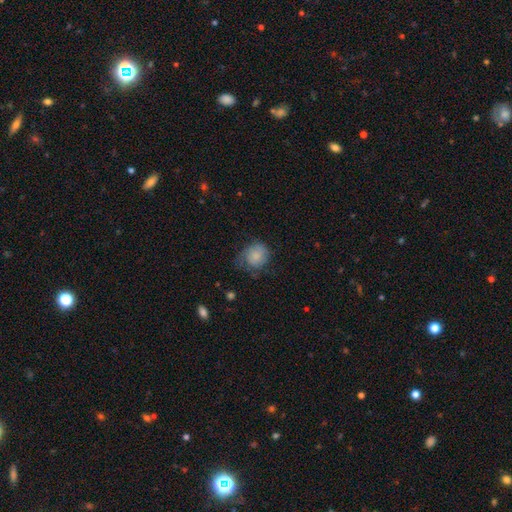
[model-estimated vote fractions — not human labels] This is likely a smooth galaxy (75%). How rounded: likely round (70%). Merging: possibly none (46%).